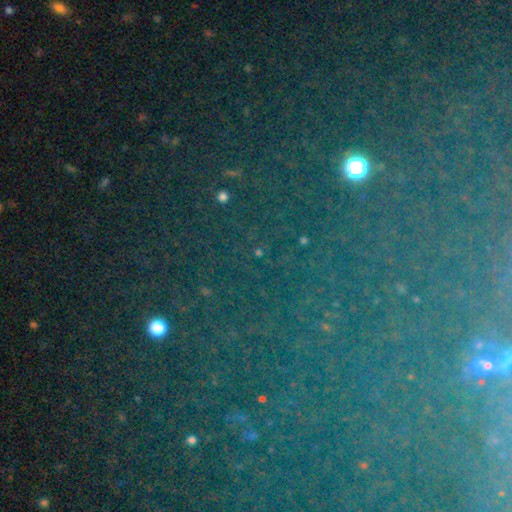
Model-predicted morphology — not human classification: The model was most divided on "smooth or featured": star or artifact: 75%, smooth: 14%, featured or disk: 11%.